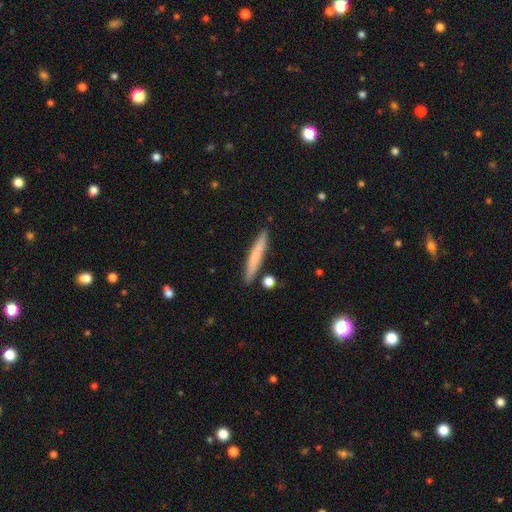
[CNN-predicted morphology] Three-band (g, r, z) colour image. It shows a smooth galaxy with no disk features (70%) that is cigar-shaped (94%). Merging: none (88%).